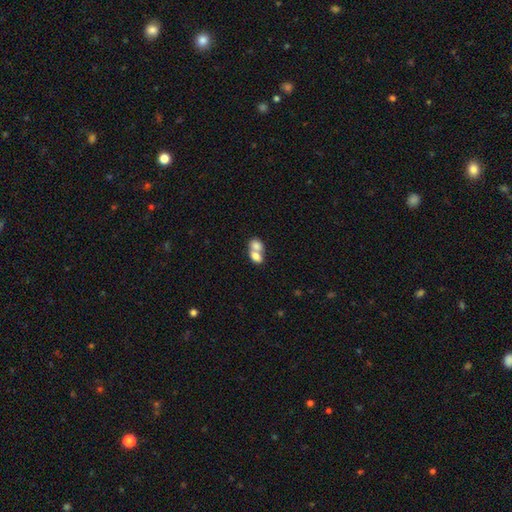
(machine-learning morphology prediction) Smooth or featured? smooth (75%)
How rounded? in between (75%)
Merging? merger (74%)